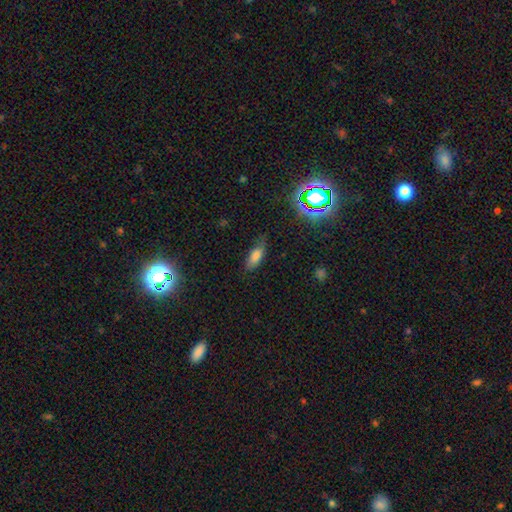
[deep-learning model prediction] Smooth or featured? smooth (75%)
How rounded? in between (74%)
Merging? none (66%)